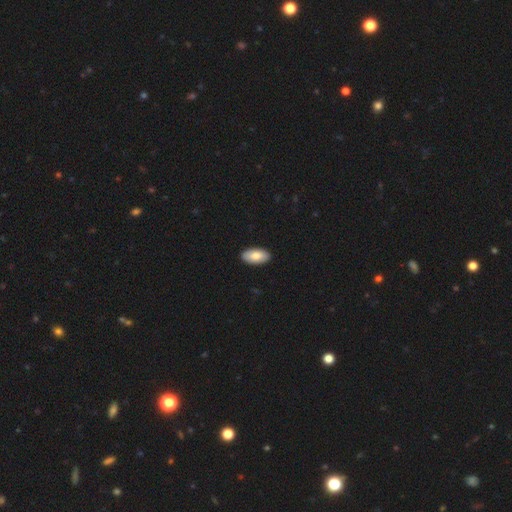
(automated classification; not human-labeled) Smooth or featured: smooth — 79% (featured or disk — 15%)
How rounded: in between — 95% (cigar-shaped — 3%)
Merging: none — 91% (minor disturbance — 6%)